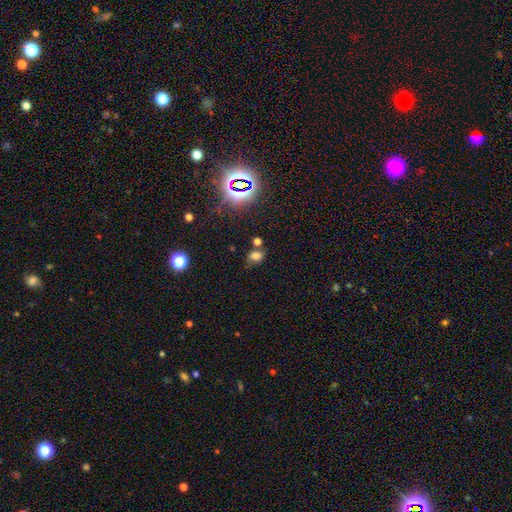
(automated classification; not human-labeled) A smooth galaxy with no disk features (62%) that is in between round and cigar-shaped (67%).

Vote fractions:
- Smooth or featured? smooth: 62% / star or artifact: 27% / featured or disk: 11%
- How rounded? in between: 67% / round: 31% / cigar-shaped: 2%
- Merging? none: 56% / minor disturbance: 20% / merger: 16% / major disturbance: 8%